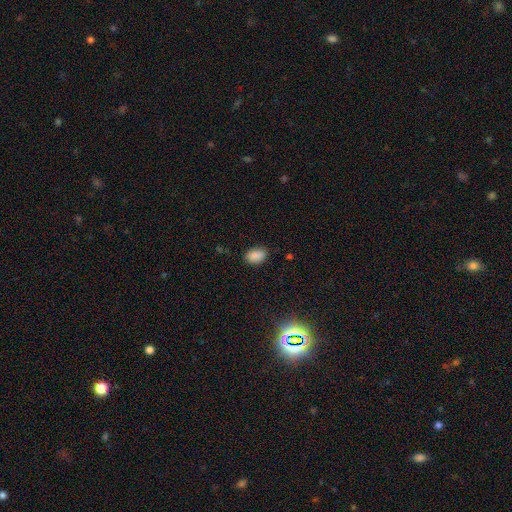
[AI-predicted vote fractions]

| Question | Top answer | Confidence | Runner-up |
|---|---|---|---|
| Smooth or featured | smooth | 87% | star or artifact (9%) |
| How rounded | in between | 88% | round (11%) |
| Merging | none | 83% | minor disturbance (13%) |